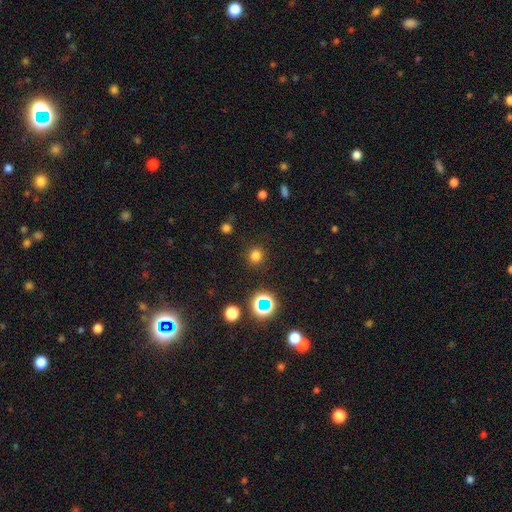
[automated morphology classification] This appears to be a smooth galaxy with no disk features (76%) that is round (91%). Merging: none (89%).